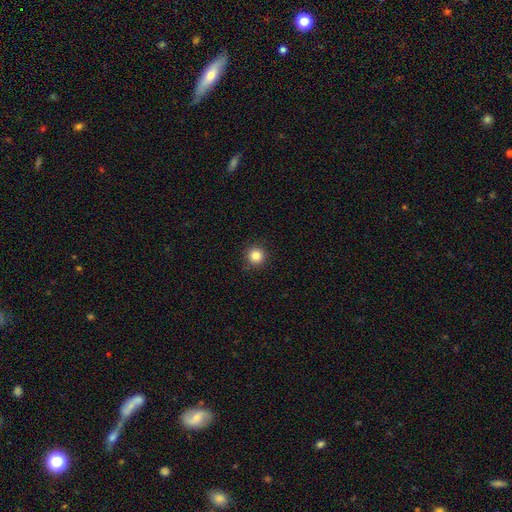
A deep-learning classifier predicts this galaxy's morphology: type=smooth (85%); roundness=round (95%); merging=none (91%).